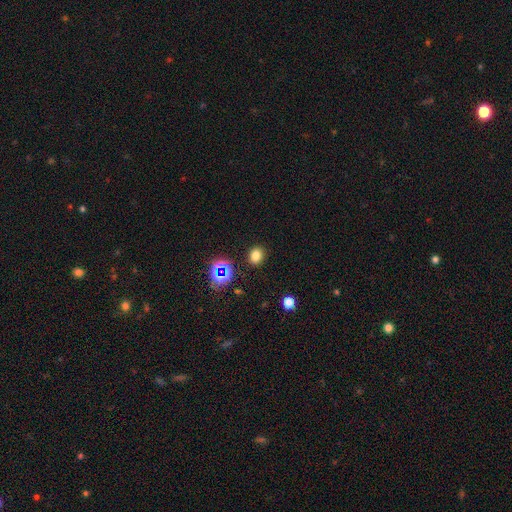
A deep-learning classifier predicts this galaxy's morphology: This is likely a smooth galaxy (75%). How rounded: possibly round (55%). Merging: clearly none (88%).